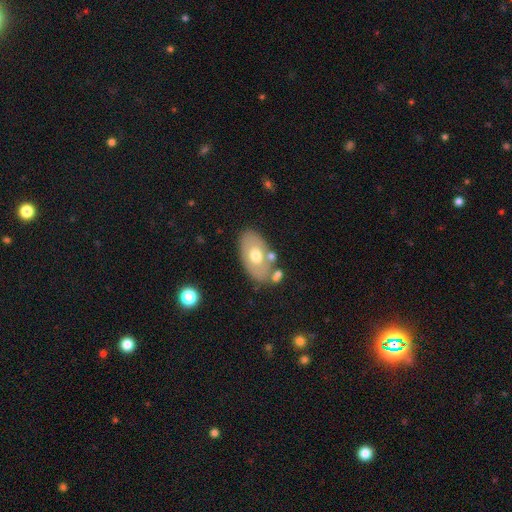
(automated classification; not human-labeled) Overall: smooth (56%; featured or disk 37%). How rounded: in between (91%). Merging: none (70%).